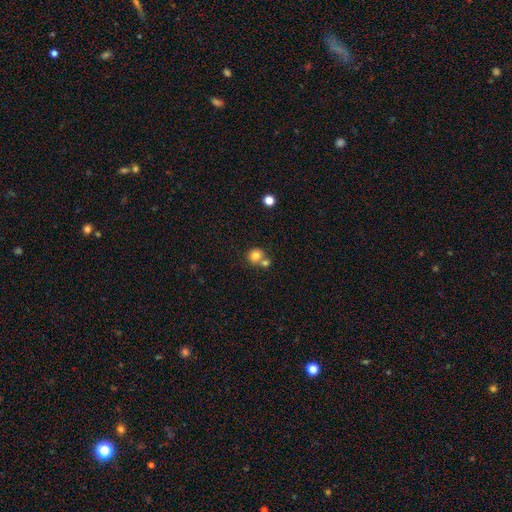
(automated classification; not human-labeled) A smooth galaxy with no disk features (80%) that is round (86%). Merging: none (50%).